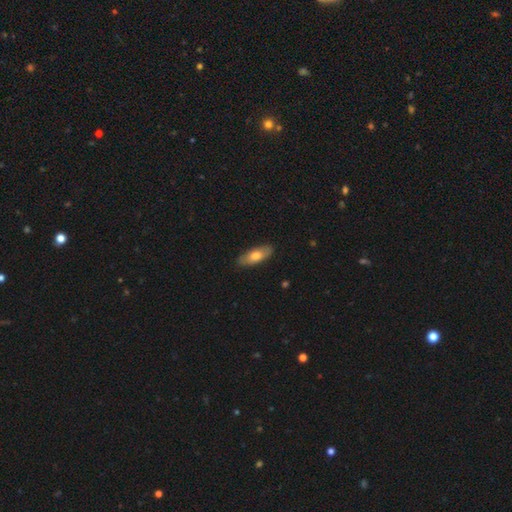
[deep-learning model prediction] Smooth or featured: smooth — 70% (featured or disk — 24%)
How rounded: in between — 76% (cigar-shaped — 21%)
Merging: none — 87% (minor disturbance — 10%)